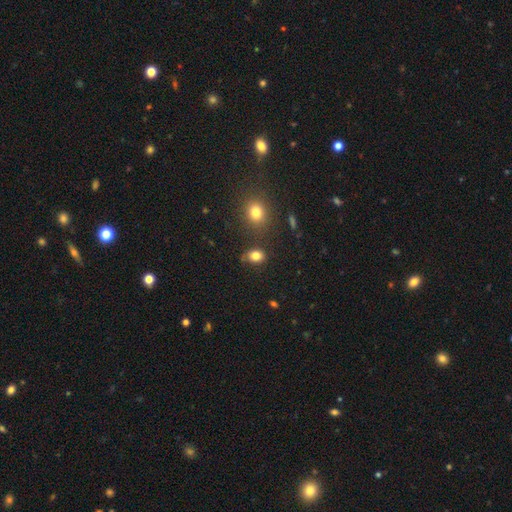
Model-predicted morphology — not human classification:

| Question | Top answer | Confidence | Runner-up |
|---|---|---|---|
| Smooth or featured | smooth | 82% | star or artifact (12%) |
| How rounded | in between | 58% | round (41%) |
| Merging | none | 72% | minor disturbance (19%) |